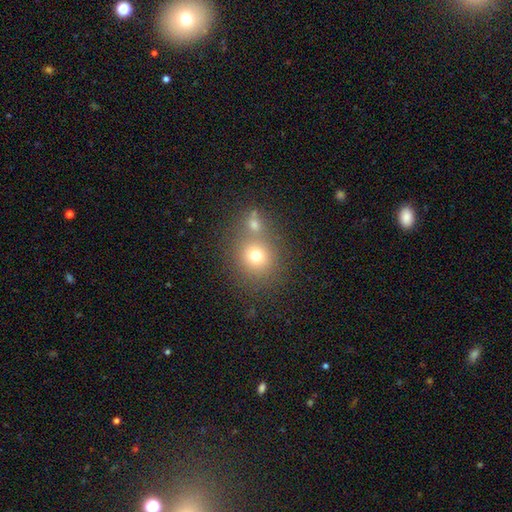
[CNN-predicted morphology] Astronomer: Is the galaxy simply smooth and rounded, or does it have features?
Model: smooth — 71%.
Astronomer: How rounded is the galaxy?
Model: round — 85%.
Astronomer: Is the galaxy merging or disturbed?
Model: none — 58%.